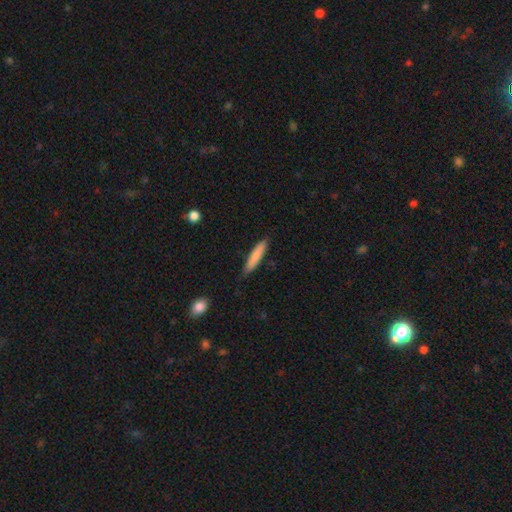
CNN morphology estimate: smooth_or_featured: smooth (p=0.79) [alt: featured or disk p=0.15]
how_rounded: cigar-shaped (p=0.89) [alt: in between p=0.10]
merging: none (p=0.84) [alt: minor disturbance p=0.13]